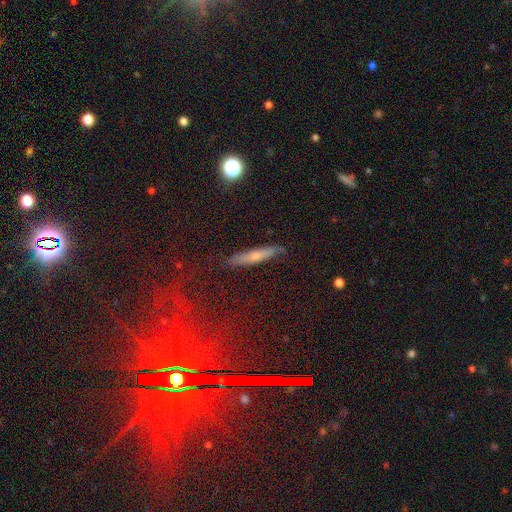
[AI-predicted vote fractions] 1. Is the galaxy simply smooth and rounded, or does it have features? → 56% smooth, 35% featured or disk, 9% star or artifact.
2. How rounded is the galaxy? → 89% cigar-shaped, 8% in between, 3% round.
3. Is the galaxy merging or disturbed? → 83% none, 13% minor disturbance, 2% major disturbance, 2% merger.